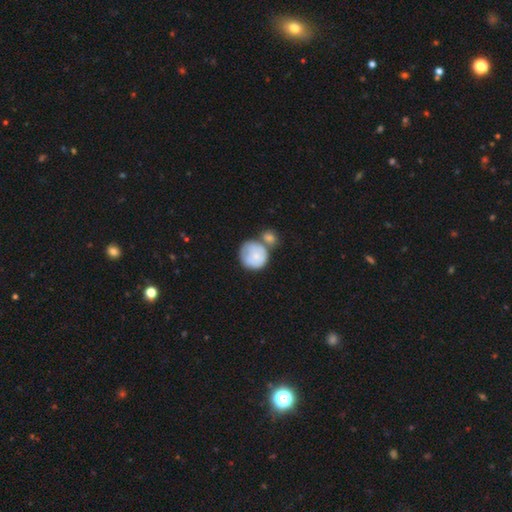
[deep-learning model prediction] Smooth or featured: smooth — 72% (featured or disk — 22%)
How rounded: round — 85% (in between — 14%)
Merging: merger — 43% (none — 33%)